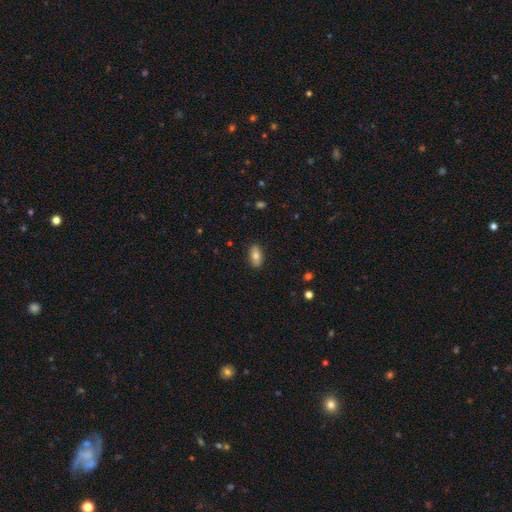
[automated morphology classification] smooth 77%, featured or disk 16%, star or artifact 7%. Down the decision tree: how rounded — in between (89%); merging — none (86%).